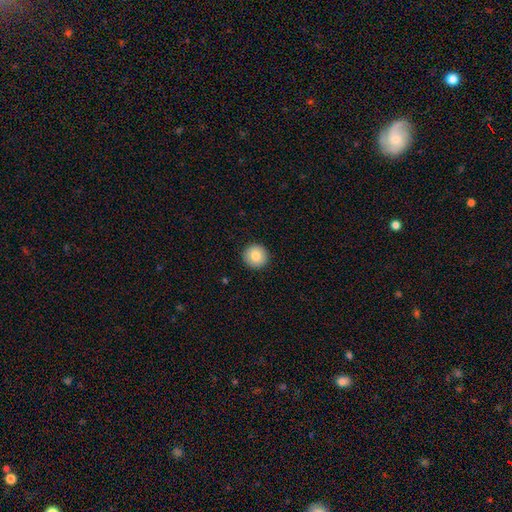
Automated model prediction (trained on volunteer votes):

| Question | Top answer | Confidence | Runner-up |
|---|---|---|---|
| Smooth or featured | smooth | 85% | star or artifact (8%) |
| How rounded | round | 95% | in between (4%) |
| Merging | none | 93% | minor disturbance (5%) |